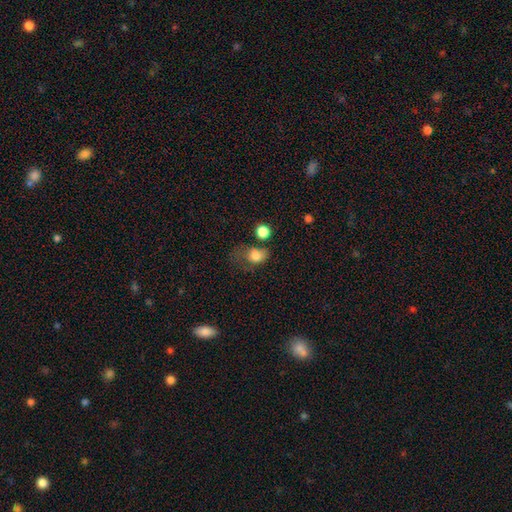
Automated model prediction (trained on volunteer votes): Smooth or featured? Predicted: smooth (p=0.78). How rounded? Predicted: in between (p=0.57). Merging? Predicted: major disturbance (p=0.34).